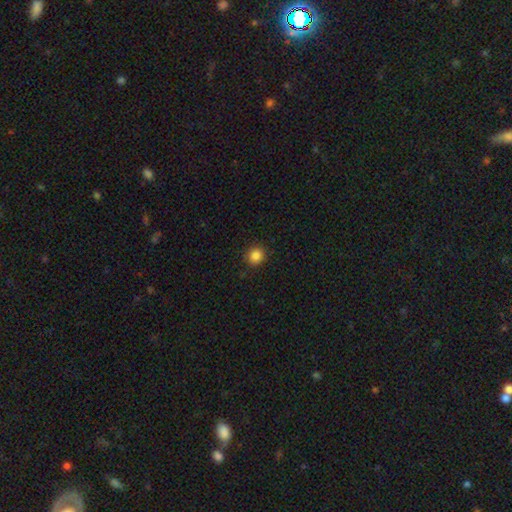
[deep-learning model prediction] Smooth or featured?
  - smooth: 86% *
  - star or artifact: 11%
  - featured or disk: 4%
How rounded?
  - round: 87% *
  - in between: 12%
  - cigar-shaped: 1%
Merging?
  - none: 89% *
  - minor disturbance: 8%
  - major disturbance: 2%
  - merger: 1%